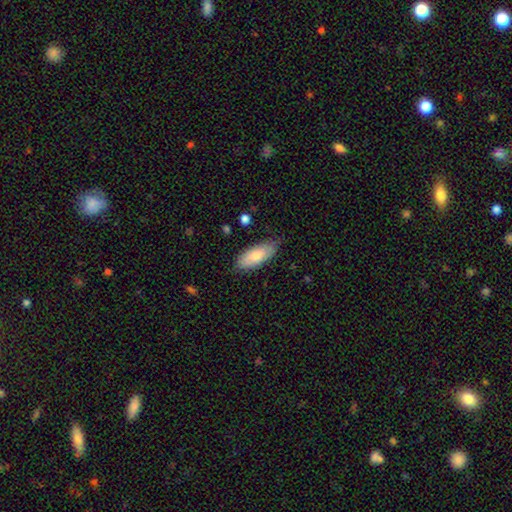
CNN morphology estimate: A smooth galaxy with no disk features (82%) that is in between round and cigar-shaped (81%). Merging: none (75%).